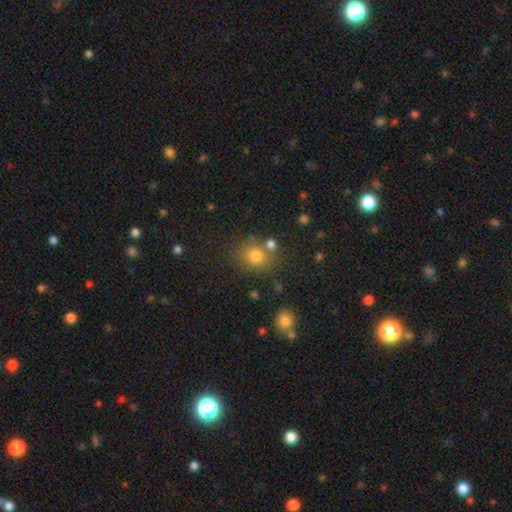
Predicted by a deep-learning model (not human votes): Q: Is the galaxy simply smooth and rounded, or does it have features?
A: smooth — 77%.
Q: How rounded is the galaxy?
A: round — 69%.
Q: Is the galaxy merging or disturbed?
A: none — 71%.